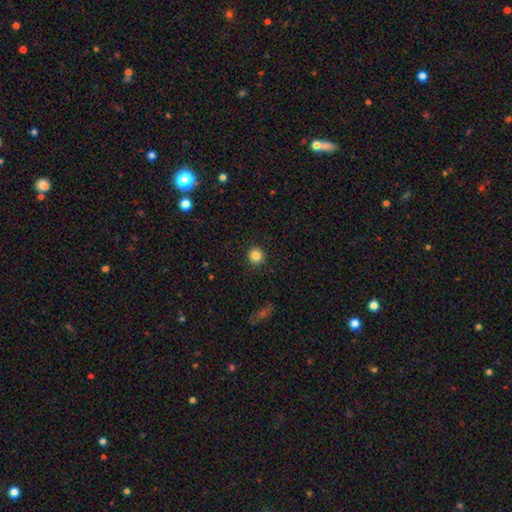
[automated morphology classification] Smooth or featured? Predicted: smooth (p=0.85). How rounded? Predicted: round (p=0.94). Merging? Predicted: none (p=0.92).